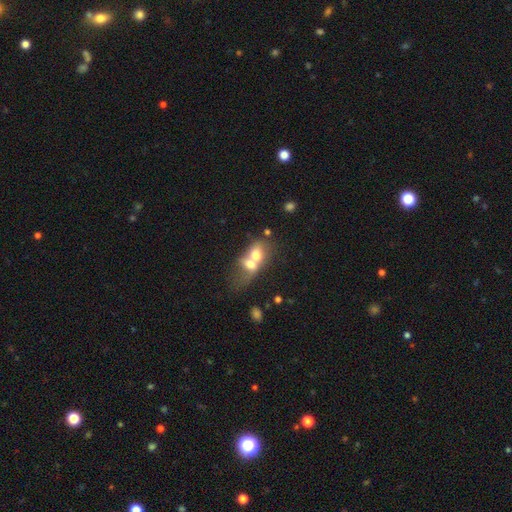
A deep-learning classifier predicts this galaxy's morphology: Smooth or featured?
  - smooth: 63% *
  - featured or disk: 28%
  - star or artifact: 9%
How rounded?
  - in between: 63% *
  - round: 35%
  - cigar-shaped: 3%
Merging?
  - merger: 80% *
  - none: 9%
  - major disturbance: 6%
  - minor disturbance: 4%